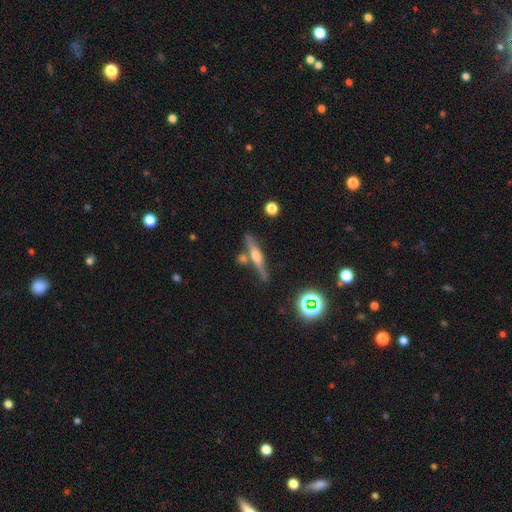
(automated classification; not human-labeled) Morphology: type=featured or disk (63%); edge-on=yes (95%); edge-on bulge=rounded (81%); merging=none (74%).